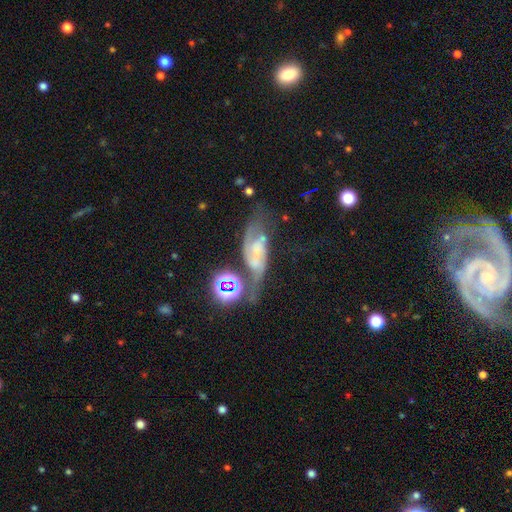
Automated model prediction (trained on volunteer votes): This appears to be a featured or disk galaxy (69%) with no bar (44%), 2 (79%) medium (45%) spiral arms (88%) and a small central bulge (39%). Merging: none (38%).